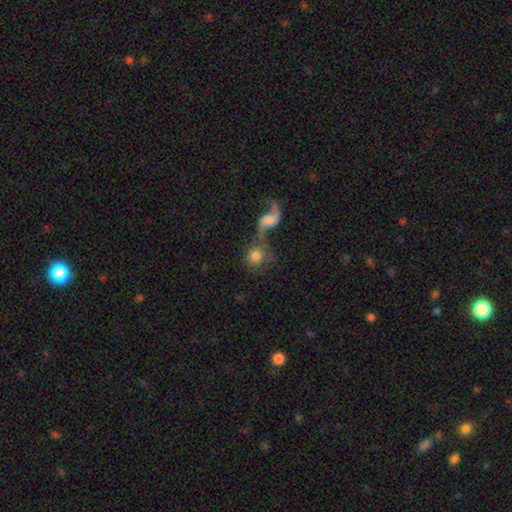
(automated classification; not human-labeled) A smooth galaxy with no disk features (64%) that is round (84%). Merging: merger (45%).